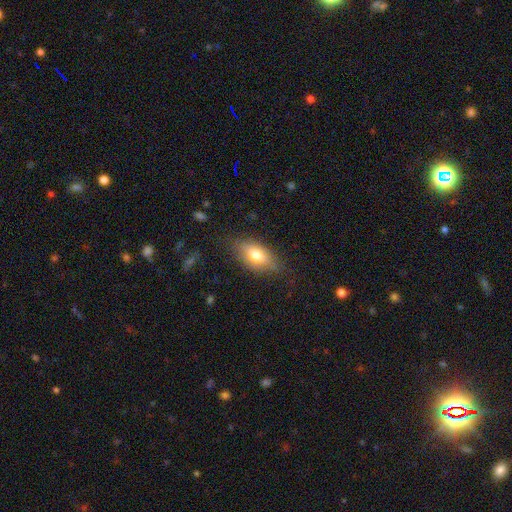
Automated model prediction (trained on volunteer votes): The model was most divided on "smooth or featured": smooth: 73%, featured or disk: 19%, star or artifact: 8%. More confident: how rounded — in between (85%); merging — none (77%).